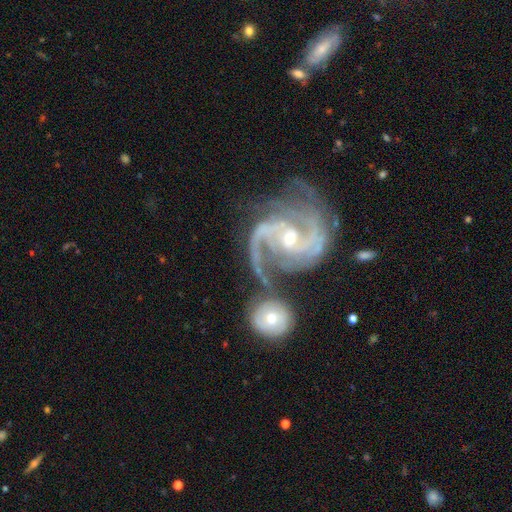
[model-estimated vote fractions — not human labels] Q: Smooth or featured?
A: featured or disk (91%); runner-up: star or artifact (5%)
Q: Edge-on disk?
A: no (97%); runner-up: yes (3%)
Q: Bar?
A: weak (42%); runner-up: no (31%)
Q: Spiral arms?
A: yes (98%); runner-up: no (2%)
Q: Spiral winding?
A: medium (53%); runner-up: tight (34%)
Q: Spiral arm count?
A: 2 (61%); runner-up: 3 (17%)
Q: Bulge size?
A: small (49%); runner-up: moderate (47%)
Q: Merging?
A: none (50%); runner-up: merger (22%)